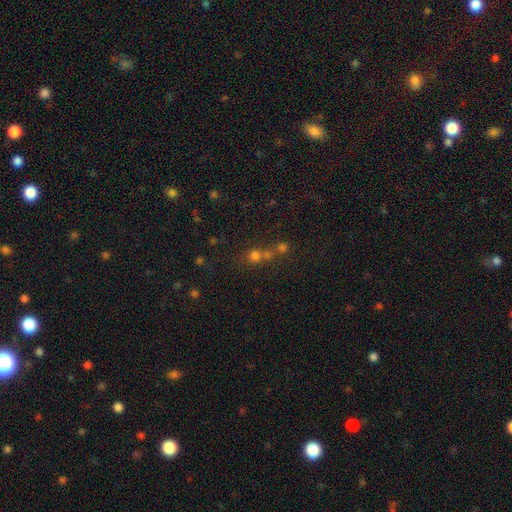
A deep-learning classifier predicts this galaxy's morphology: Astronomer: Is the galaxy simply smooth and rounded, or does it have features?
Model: smooth — 57%.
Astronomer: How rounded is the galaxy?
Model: round — 87%.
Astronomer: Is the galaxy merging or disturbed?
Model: none — 46% (runner-up: merger, 43%).